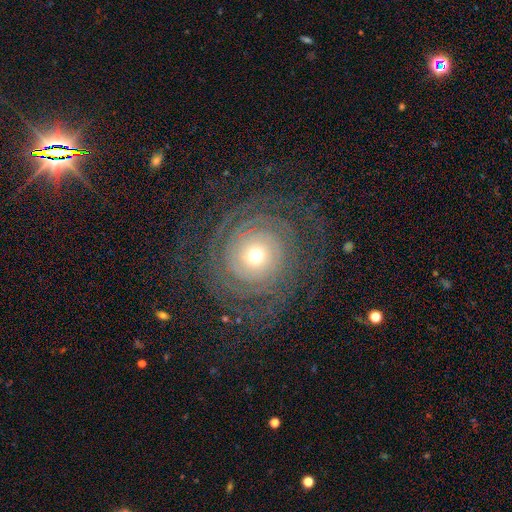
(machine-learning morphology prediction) Overall: featured or disk (83%). Edge-on disk: no (97%). Bar: no (82%). Spiral arms: yes (95%). Spiral arm count: can't tell (29%; 2 24%). Spiral winding: tight (82%). Bulge size: moderate (47%; small 45%). Merging: none (77%).